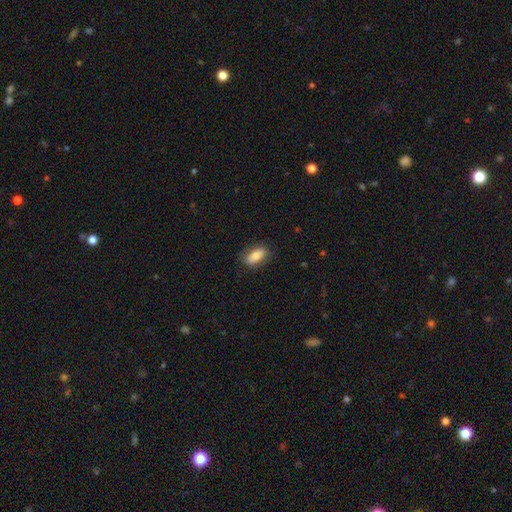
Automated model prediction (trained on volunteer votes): Morphology: type=smooth (76%); roundness=in between (86%); merging=none (81%).